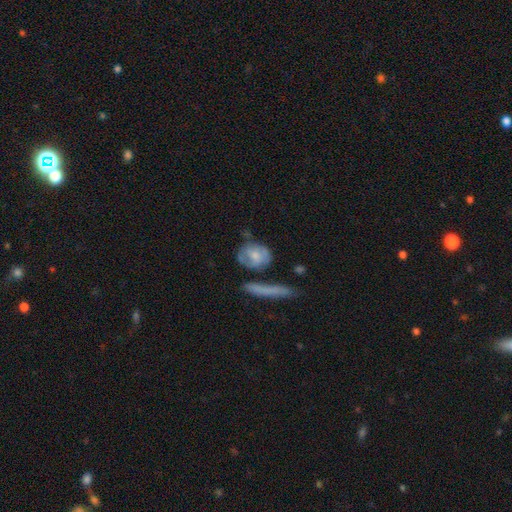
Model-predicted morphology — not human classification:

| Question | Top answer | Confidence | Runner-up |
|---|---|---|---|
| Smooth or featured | smooth | 56% | featured or disk (38%) |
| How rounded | round | 49% | in between (45%) |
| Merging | none | 47% | minor disturbance (25%) |